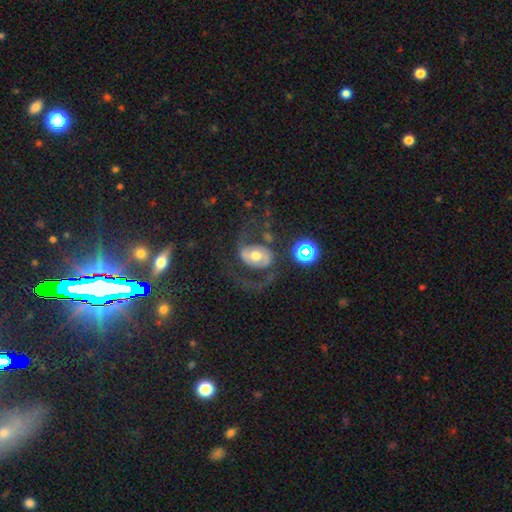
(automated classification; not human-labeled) Smooth or featured?
  - featured or disk: 73% *
  - smooth: 18%
  - star or artifact: 8%
Edge-on disk?
  - no: 96% *
  - yes: 4%
Bar?
  - no: 52% *
  - weak: 30%
  - strong: 18%
Spiral arms?
  - yes: 81% *
  - no: 19%
Spiral winding?
  - loose: 51% *
  - medium: 39%
  - tight: 10%
Spiral arm count?
  - 2: 87% *
  - 1: 5%
  - can't tell: 4%
  - 3: 1%
  - 4: 1%
  - more than 4: 1%
Bulge size?
  - moderate: 70% *
  - large: 15%
  - small: 11%
  - dominant: 2%
  - none: 1%
Merging?
  - none: 54% *
  - major disturbance: 26%
  - minor disturbance: 15%
  - merger: 5%